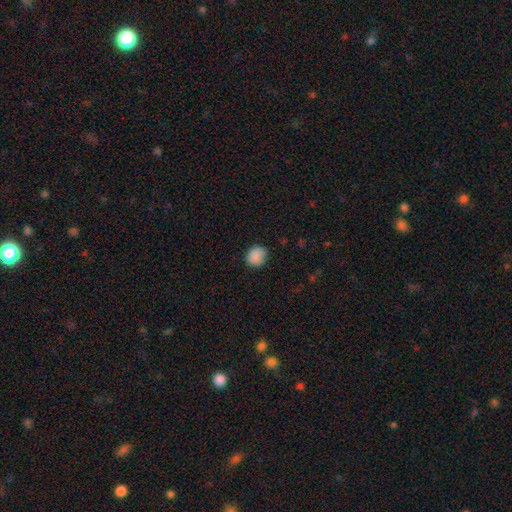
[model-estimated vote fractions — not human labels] This is clearly a smooth galaxy (88%). How rounded: likely round (69%). Merging: clearly none (81%).